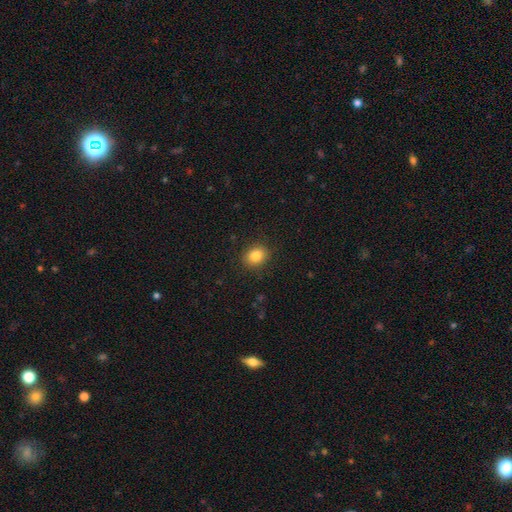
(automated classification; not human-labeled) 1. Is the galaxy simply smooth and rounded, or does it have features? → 84% smooth, 10% star or artifact, 6% featured or disk.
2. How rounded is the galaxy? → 55% round, 44% in between, 1% cigar-shaped.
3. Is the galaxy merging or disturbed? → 88% none, 8% minor disturbance, 2% major disturbance, 1% merger.